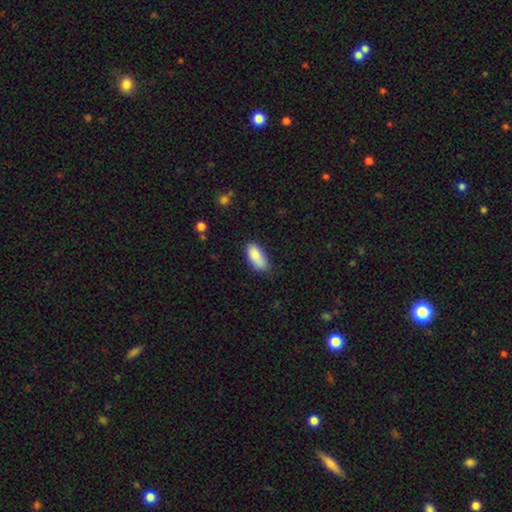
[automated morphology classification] A smooth galaxy with no disk features (87%) that is in between round and cigar-shaped (88%).

Vote fractions:
- Smooth or featured? smooth: 87% / star or artifact: 7% / featured or disk: 6%
- How rounded? in between: 88% / cigar-shaped: 10% / round: 2%
- Merging? none: 66% / minor disturbance: 27% / major disturbance: 5% / merger: 2%